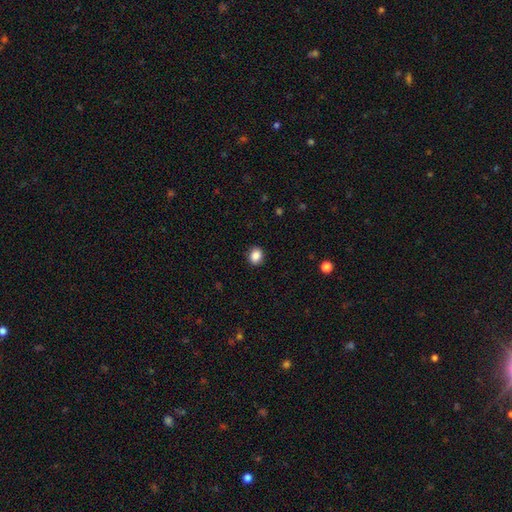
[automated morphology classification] This appears to be a smooth galaxy with no disk features (87%) that is round (62%). Merging: none (90%).